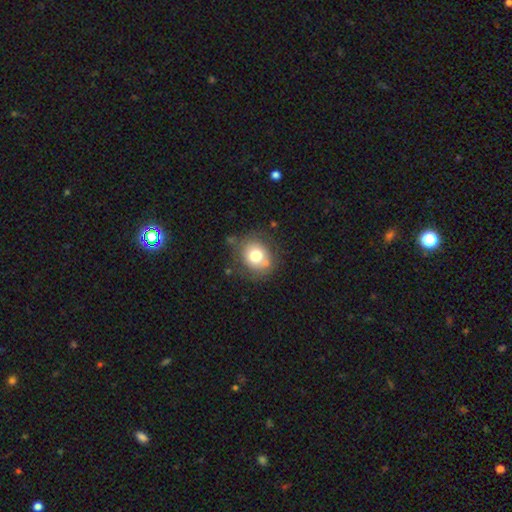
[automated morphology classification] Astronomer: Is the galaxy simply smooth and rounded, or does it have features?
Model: smooth — 73%.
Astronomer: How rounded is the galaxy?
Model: round — 73%.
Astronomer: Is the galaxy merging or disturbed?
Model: none — 71%.